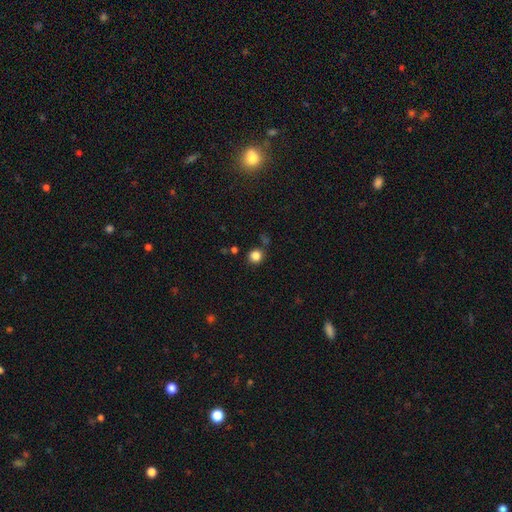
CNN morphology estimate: Q: Smooth or featured?
A: smooth (84%); runner-up: star or artifact (12%)
Q: How rounded?
A: round (89%); runner-up: in between (10%)
Q: Merging?
A: none (80%); runner-up: minor disturbance (10%)